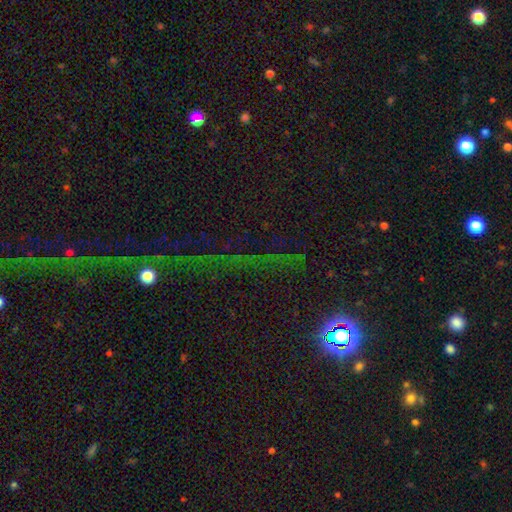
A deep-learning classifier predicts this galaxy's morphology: This is likely a star or artifact rather than a galaxy (79%).